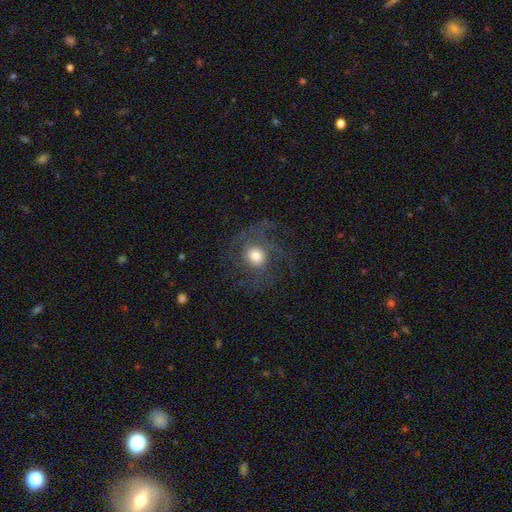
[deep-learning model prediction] A featured or disk galaxy (60%) with no bar (76%), spiral arms (84%) and a moderate central bulge (45%). Merging: none (62%).